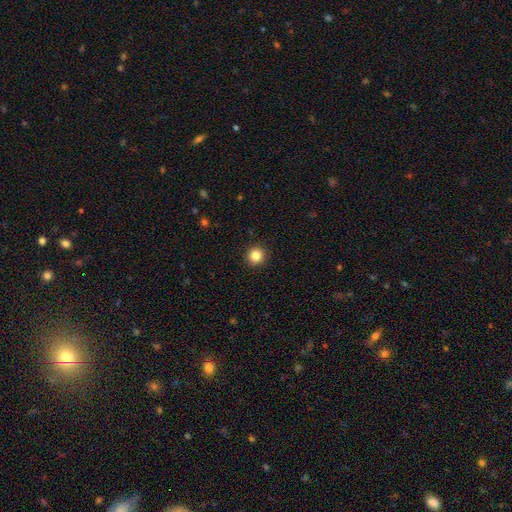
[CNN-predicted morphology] A smooth galaxy with no disk features (84%) that is round (94%). Merging: none (93%).